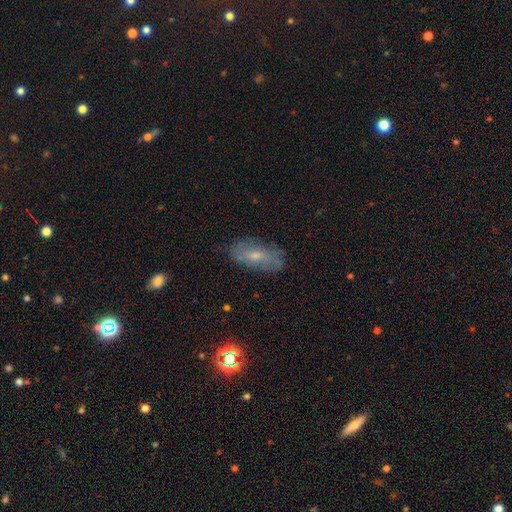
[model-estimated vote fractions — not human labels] Smooth or featured? smooth (53%)
How rounded? in between (83%)
Merging? none (77%)